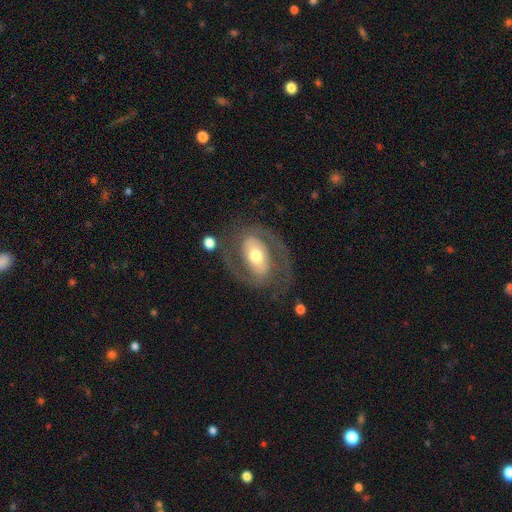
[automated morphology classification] Overall: featured or disk (79%). Edge-on disk: no (96%). Bar: no (35%; weak 33%). Spiral arms: yes (78%). Spiral arm count: 2 (85%). Spiral winding: medium (47%; tight 37%). Bulge size: moderate (69%). Merging: none (70%).